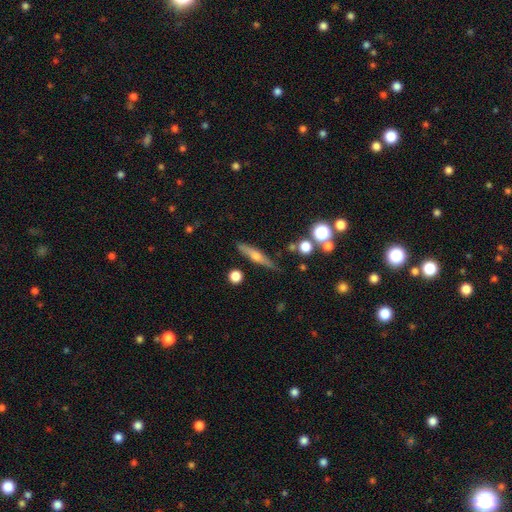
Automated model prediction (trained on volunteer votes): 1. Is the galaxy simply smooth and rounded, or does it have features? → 50% featured or disk, 41% smooth, 8% star or artifact.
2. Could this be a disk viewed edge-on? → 92% yes, 8% no.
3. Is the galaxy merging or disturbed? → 82% none, 12% minor disturbance, 3% merger, 3% major disturbance.